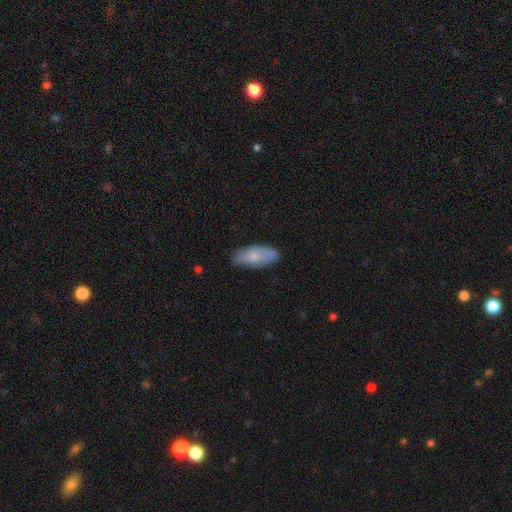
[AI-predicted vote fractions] smooth_or_featured: smooth (p=0.73) [alt: featured or disk p=0.21]
how_rounded: in between (p=0.79) [alt: cigar-shaped p=0.19]
merging: none (p=0.77) [alt: minor disturbance p=0.18]